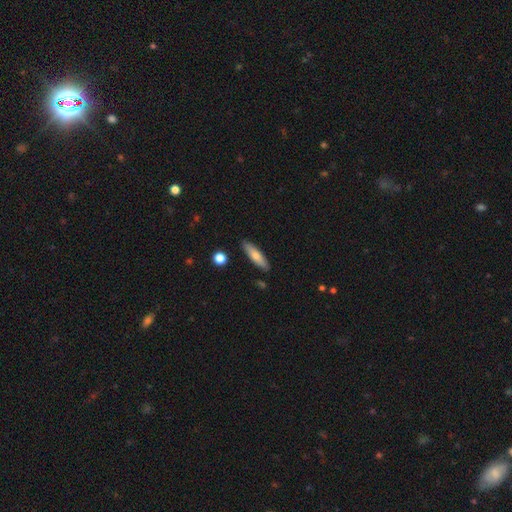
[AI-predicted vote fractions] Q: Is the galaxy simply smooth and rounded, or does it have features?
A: smooth — 69%.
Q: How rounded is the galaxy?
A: cigar-shaped — 70%.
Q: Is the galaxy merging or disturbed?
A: none — 86%.